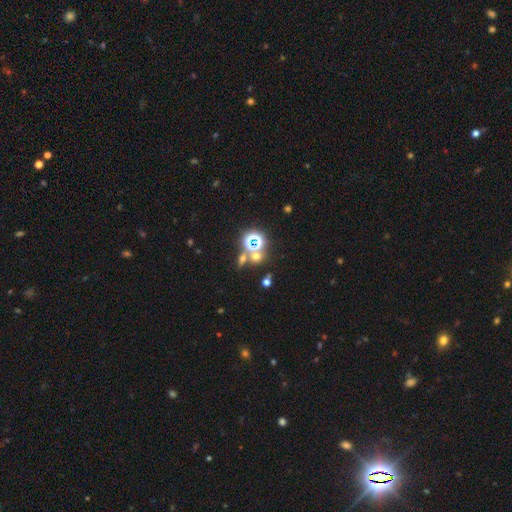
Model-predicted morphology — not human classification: Smooth or featured?
  - star or artifact: 50% *
  - smooth: 39%
  - featured or disk: 11%